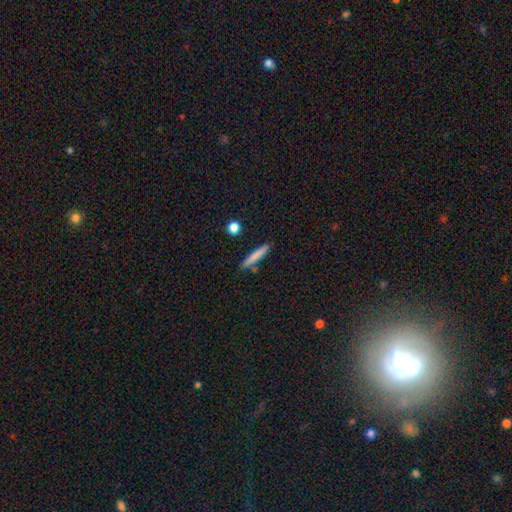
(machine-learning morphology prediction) This is likely a smooth galaxy (76%). How rounded: clearly cigar-shaped (92%). Merging: clearly none (80%).